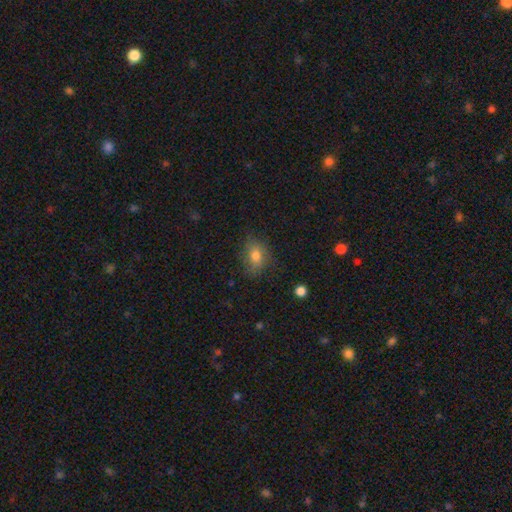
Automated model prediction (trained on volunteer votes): smooth 78%, featured or disk 12%, star or artifact 10%. Down the decision tree: how rounded — in between (71%); merging — none (70%).